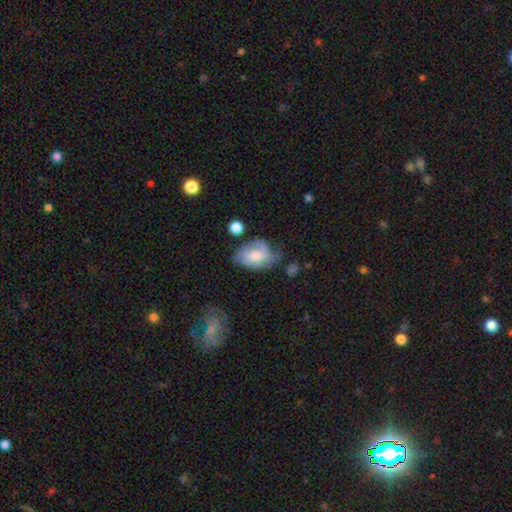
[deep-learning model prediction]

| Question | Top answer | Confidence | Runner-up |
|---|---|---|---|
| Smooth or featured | featured or disk | 58% | smooth (34%) |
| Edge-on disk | no | 96% | yes (4%) |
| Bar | no | 67% | weak (28%) |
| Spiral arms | yes | 83% | no (17%) |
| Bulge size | moderate | 46% | large (24%) |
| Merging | none | 45% | minor disturbance (31%) |